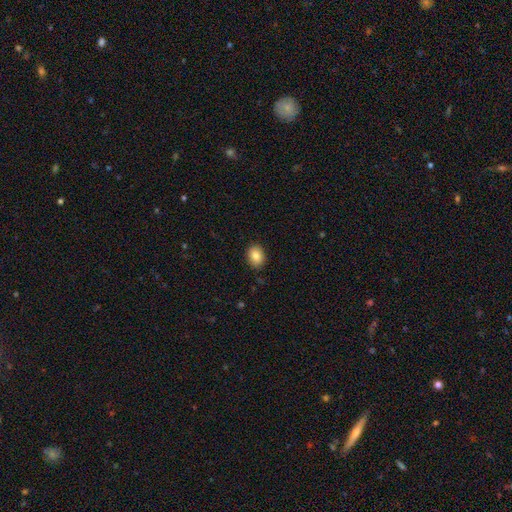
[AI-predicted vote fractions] Smooth or featured? smooth (85%)
How rounded? in between (60%)
Merging? none (88%)